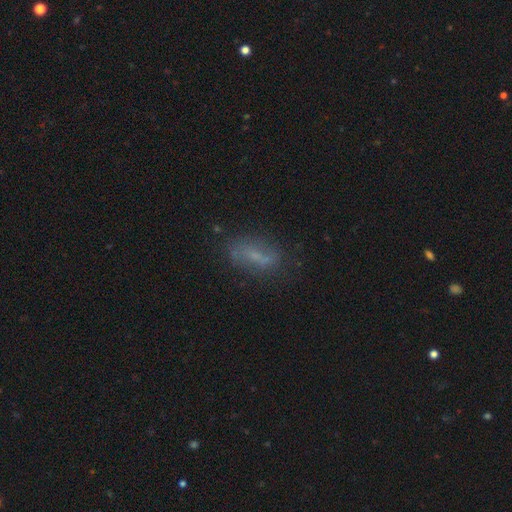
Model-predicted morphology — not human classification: A smooth galaxy with no disk features (44%). Merging: none (69%).